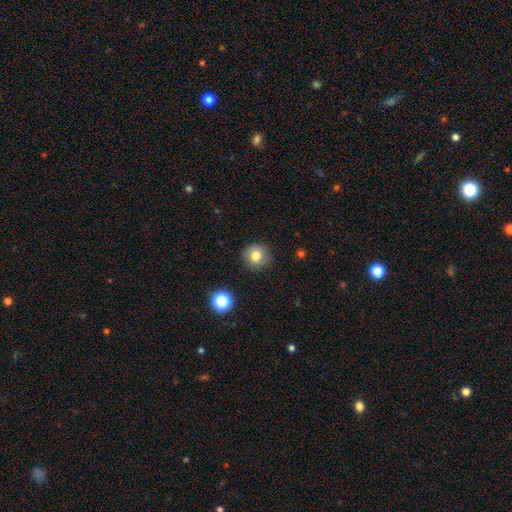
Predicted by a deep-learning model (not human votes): smooth 79%, star or artifact 12%, featured or disk 9%. Down the decision tree: how rounded — round (92%); merging — none (89%).